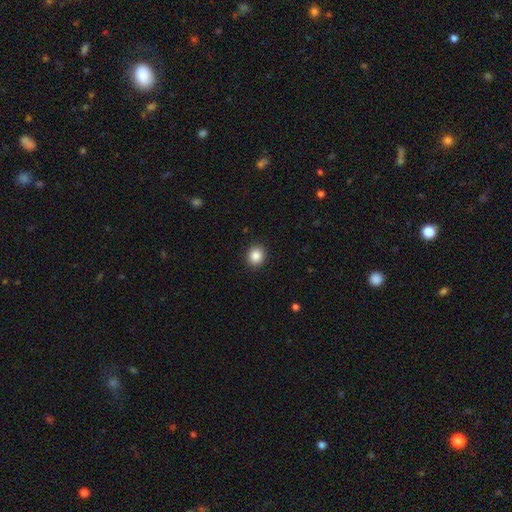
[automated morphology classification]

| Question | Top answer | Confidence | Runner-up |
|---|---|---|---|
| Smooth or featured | smooth | 86% | star or artifact (10%) |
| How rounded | round | 79% | in between (20%) |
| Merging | none | 91% | minor disturbance (6%) |